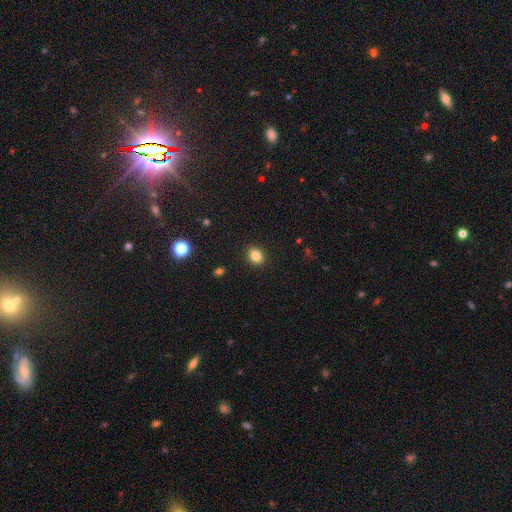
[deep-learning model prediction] A smooth galaxy with no disk features (84%) that is in between round and cigar-shaped (58%).

Vote fractions:
- Smooth or featured? smooth: 84% / star or artifact: 11% / featured or disk: 5%
- How rounded? in between: 58% / round: 40% / cigar-shaped: 1%
- Merging? none: 90% / minor disturbance: 7% / major disturbance: 2% / merger: 1%